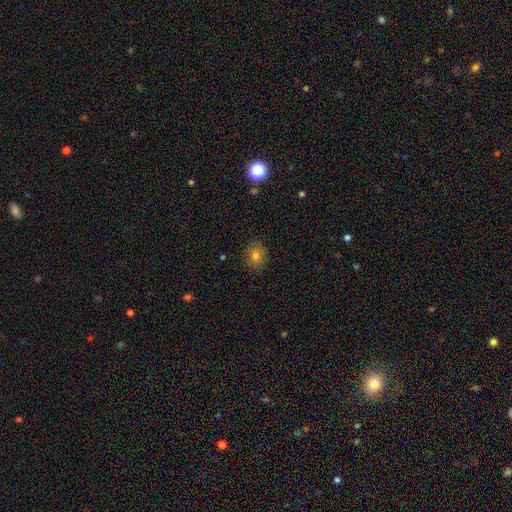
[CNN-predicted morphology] Q: Smooth or featured?
A: smooth (76%); runner-up: star or artifact (14%)
Q: How rounded?
A: round (63%); runner-up: in between (36%)
Q: Merging?
A: none (87%); runner-up: minor disturbance (10%)